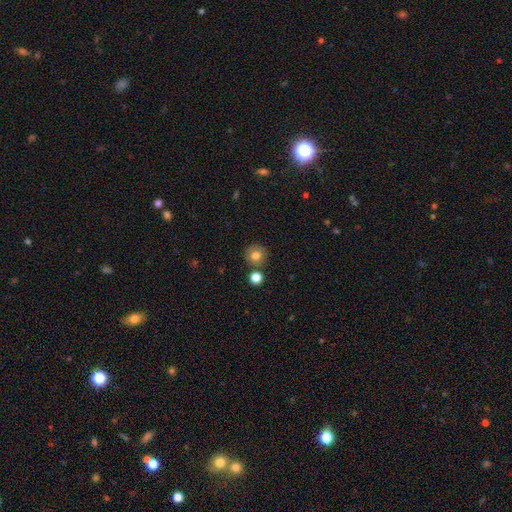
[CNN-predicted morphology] smooth_or_featured: smooth (p=0.79) [alt: star or artifact p=0.11]
how_rounded: round (p=0.91) [alt: in between p=0.08]
merging: none (p=0.78) [alt: merger p=0.11]